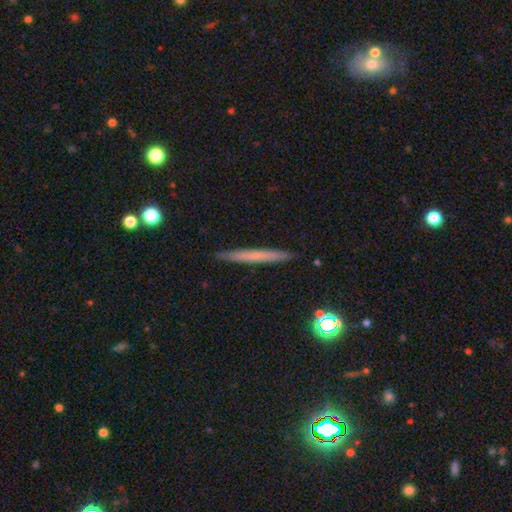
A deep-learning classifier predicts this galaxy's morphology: smooth_or_featured: smooth (p=0.58) [alt: featured or disk p=0.35]
how_rounded: cigar-shaped (p=0.97) [alt: in between p=0.02]
merging: none (p=0.91) [alt: minor disturbance p=0.06]